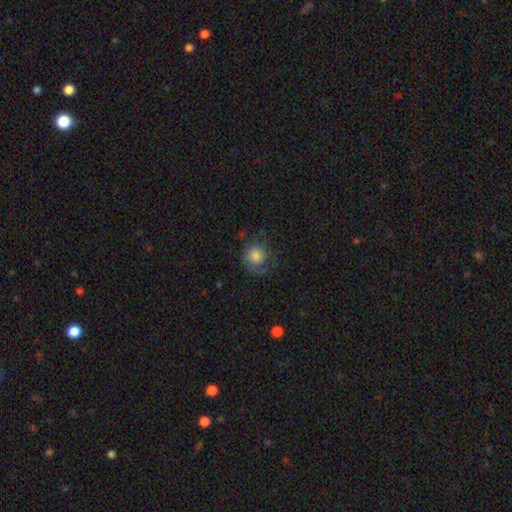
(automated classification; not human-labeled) Smooth or featured?
  - smooth: 73% *
  - featured or disk: 18%
  - star or artifact: 9%
How rounded?
  - round: 84% *
  - in between: 15%
  - cigar-shaped: 1%
Merging?
  - none: 57% *
  - minor disturbance: 23%
  - major disturbance: 18%
  - merger: 2%